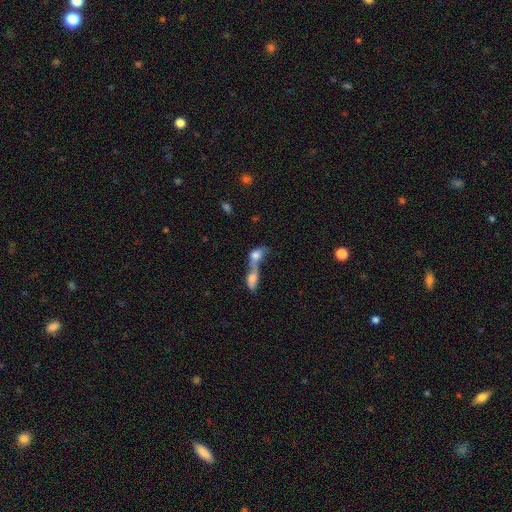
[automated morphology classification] This appears to be a smooth galaxy with no disk features (68%) that is in between round and cigar-shaped (72%). Merging: merger (83%).